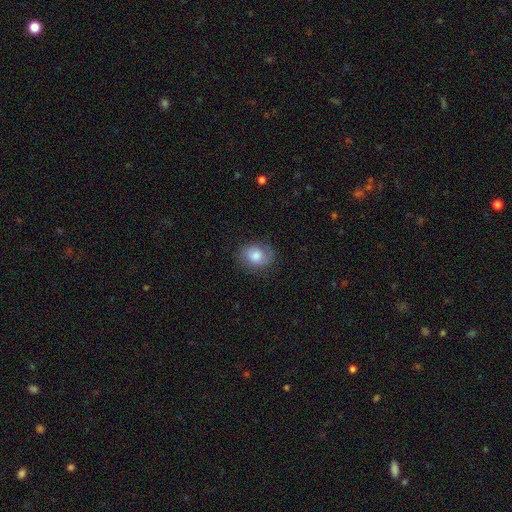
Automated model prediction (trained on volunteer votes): smooth_or_featured: smooth (p=0.71) [alt: featured or disk p=0.21]
how_rounded: in between (p=0.50) [alt: round p=0.49]
merging: none (p=0.72) [alt: minor disturbance p=0.19]